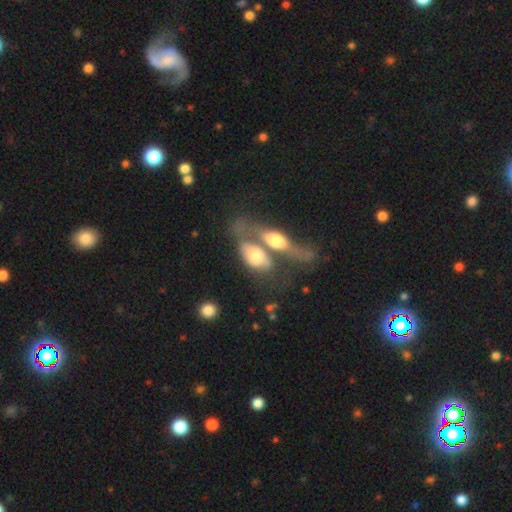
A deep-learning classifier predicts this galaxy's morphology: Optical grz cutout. It shows a smooth galaxy with no disk features (53%) that is in between round and cigar-shaped (84%). Merging: merger (64%).